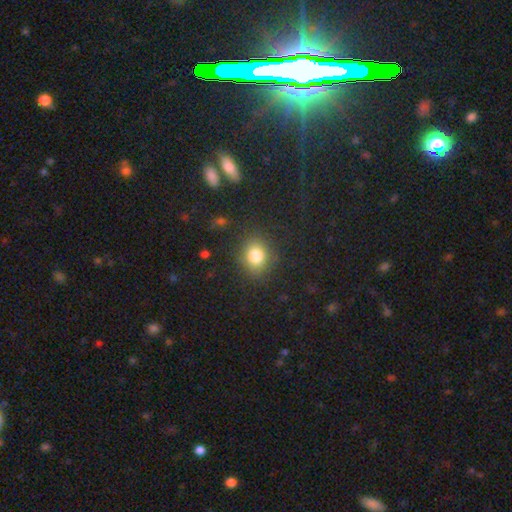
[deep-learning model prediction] The model was most divided on "how rounded": round: 65%, in between: 34%, cigar-shaped: 1%. More confident: merging — none (84%); smooth or featured — smooth (80%).